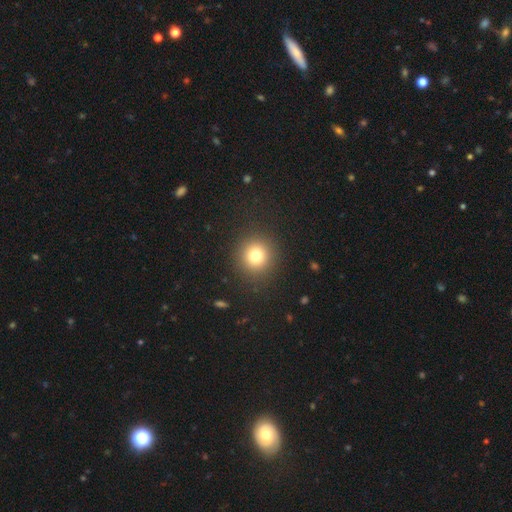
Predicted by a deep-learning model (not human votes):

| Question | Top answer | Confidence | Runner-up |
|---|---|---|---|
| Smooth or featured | smooth | 78% | star or artifact (13%) |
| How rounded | round | 93% | in between (6%) |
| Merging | none | 90% | minor disturbance (6%) |